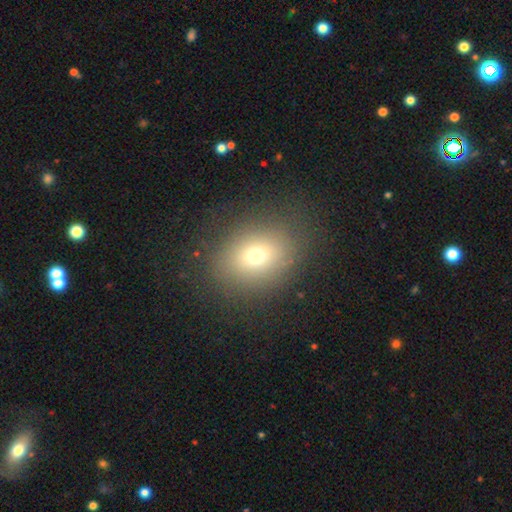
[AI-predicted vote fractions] Smooth or featured? Predicted: smooth (p=0.66). How rounded? Predicted: in between (p=0.50). Merging? Predicted: none (p=0.82).